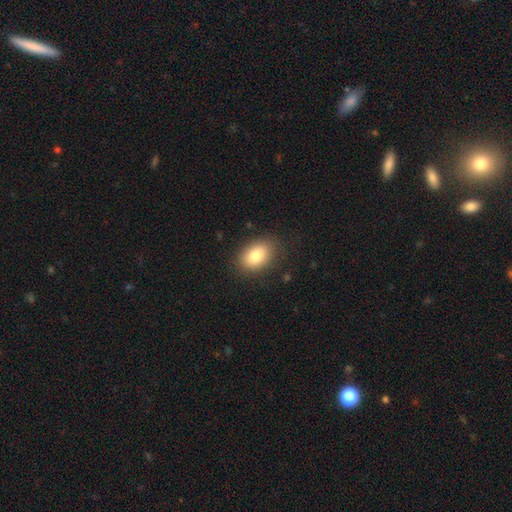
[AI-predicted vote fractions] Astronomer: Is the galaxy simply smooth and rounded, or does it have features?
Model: smooth — 83%.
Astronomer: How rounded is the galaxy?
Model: in between — 84%.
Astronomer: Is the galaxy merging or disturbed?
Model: none — 84%.